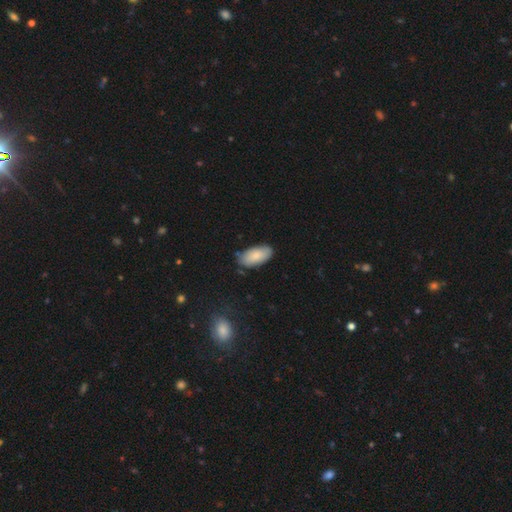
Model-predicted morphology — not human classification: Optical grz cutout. It shows a smooth galaxy with no disk features (84%) that is in between round and cigar-shaped (93%). Merging: none (77%).